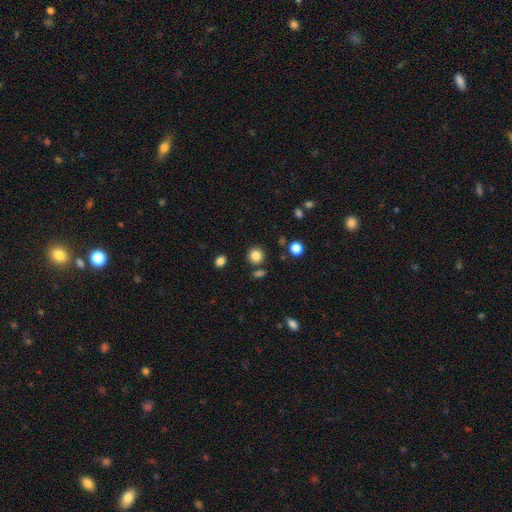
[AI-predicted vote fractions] Smooth or featured? Predicted: smooth (p=0.85). How rounded? Predicted: round (p=0.92). Merging? Predicted: none (p=0.85).